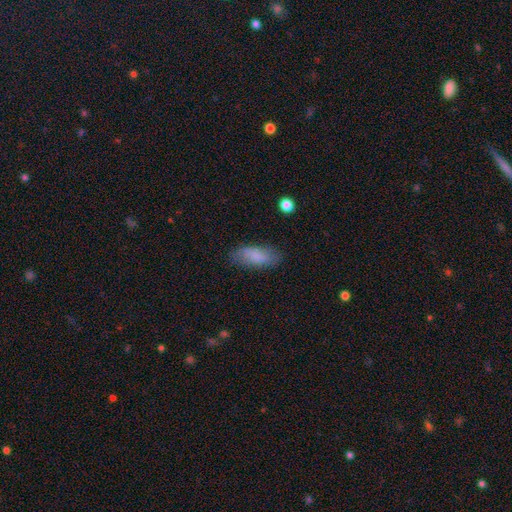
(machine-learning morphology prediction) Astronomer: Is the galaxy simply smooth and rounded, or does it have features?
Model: smooth — 81%.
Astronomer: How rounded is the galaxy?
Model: in between — 79%.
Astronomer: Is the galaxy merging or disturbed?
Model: none — 78%.